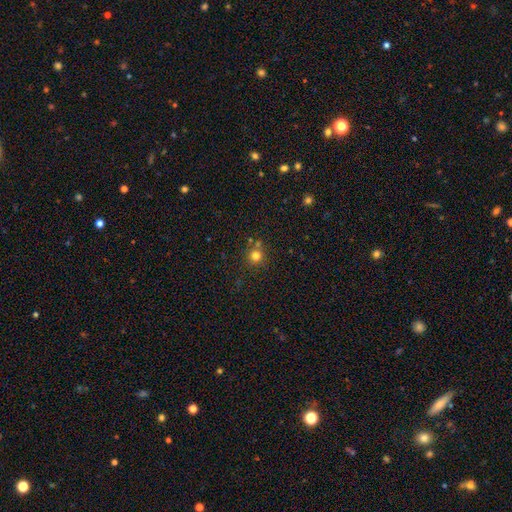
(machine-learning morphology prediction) This appears to be a smooth galaxy with no disk features (79%) that is round (93%). Merging: none (74%).